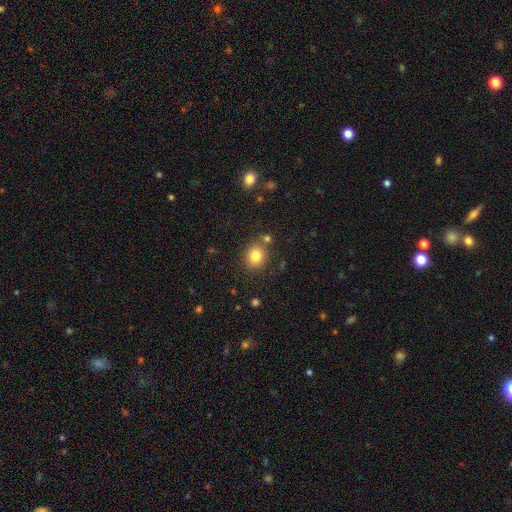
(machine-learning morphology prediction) A smooth galaxy with no disk features (81%) that is round (75%).

Vote fractions:
- Smooth or featured? smooth: 81% / star or artifact: 12% / featured or disk: 8%
- How rounded? round: 75% / in between: 24% / cigar-shaped: 1%
- Merging? none: 78% / minor disturbance: 10% / merger: 9% / major disturbance: 3%